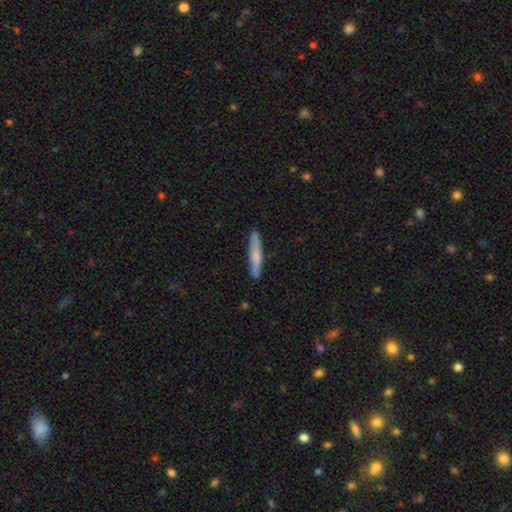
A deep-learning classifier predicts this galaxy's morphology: Smooth or featured? smooth (64%)
How rounded? cigar-shaped (93%)
Merging? none (88%)